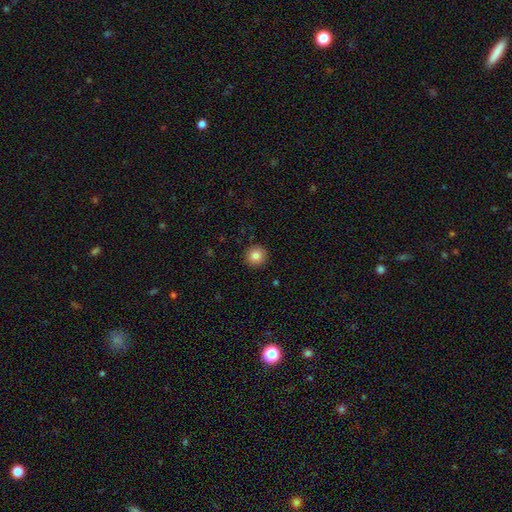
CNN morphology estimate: type=smooth (85%); roundness=round (94%); merging=none (92%).